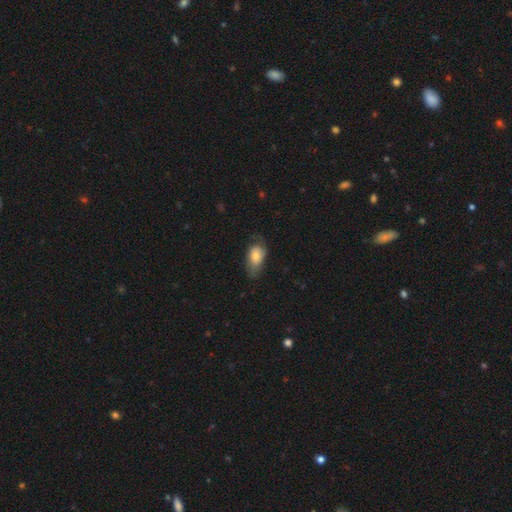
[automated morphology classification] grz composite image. It shows a smooth galaxy with no disk features (68%) that is in between round and cigar-shaped (88%). Merging: none (49%).